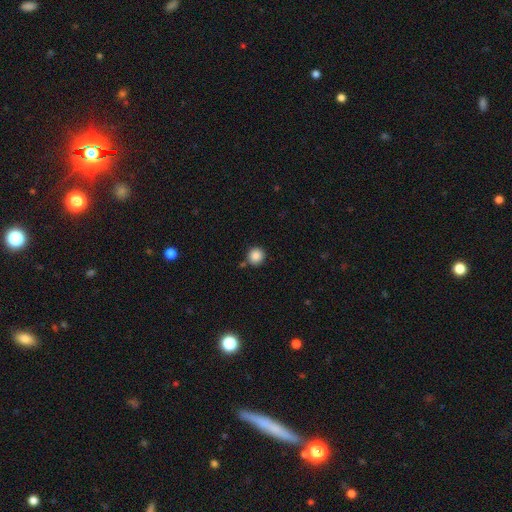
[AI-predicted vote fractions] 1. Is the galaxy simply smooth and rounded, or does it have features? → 87% smooth, 9% star or artifact, 3% featured or disk.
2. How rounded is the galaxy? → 94% round, 5% in between, 1% cigar-shaped.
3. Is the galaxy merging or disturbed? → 81% none, 10% minor disturbance, 6% merger, 3% major disturbance.